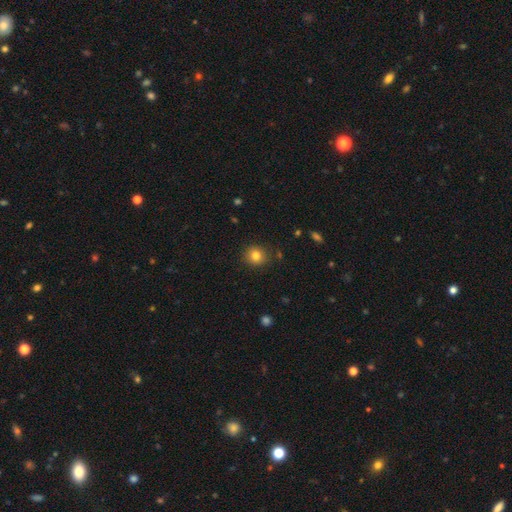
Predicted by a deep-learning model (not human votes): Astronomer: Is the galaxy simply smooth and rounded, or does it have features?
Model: smooth — 81%.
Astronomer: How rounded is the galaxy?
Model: round — 88%.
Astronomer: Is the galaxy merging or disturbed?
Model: none — 88%.